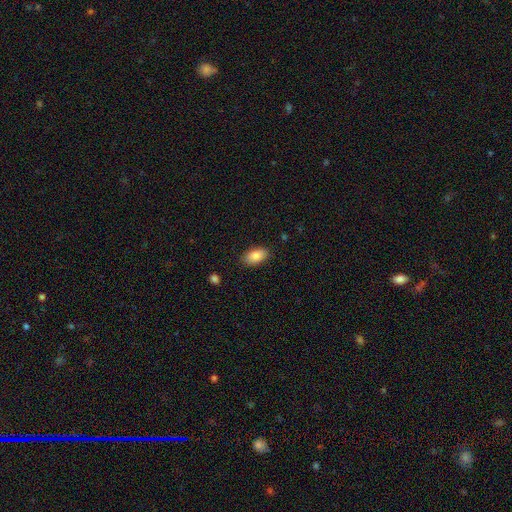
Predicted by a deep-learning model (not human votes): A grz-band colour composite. It shows a smooth galaxy with no disk features (87%) that is in between round and cigar-shaped (93%). Merging: none (87%).